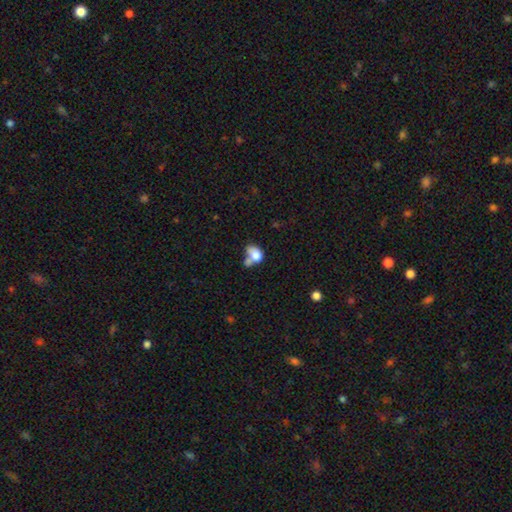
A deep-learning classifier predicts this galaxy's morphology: A smooth galaxy with no disk features (73%) that is in between round and cigar-shaped (67%). Merging: merger (54%).